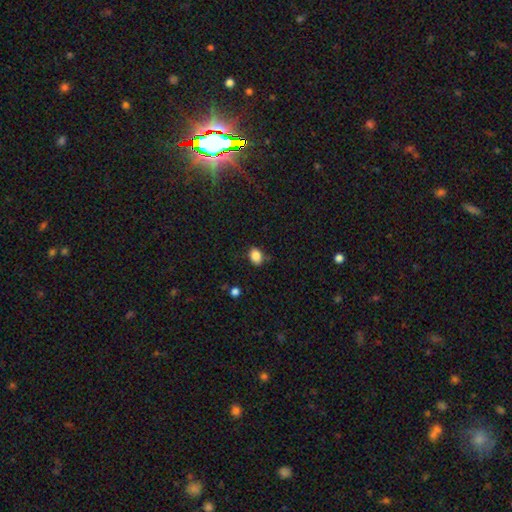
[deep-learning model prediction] Smooth or featured: smooth — 86% (star or artifact — 10%)
How rounded: in between — 67% (round — 32%)
Merging: none — 75% (minor disturbance — 18%)